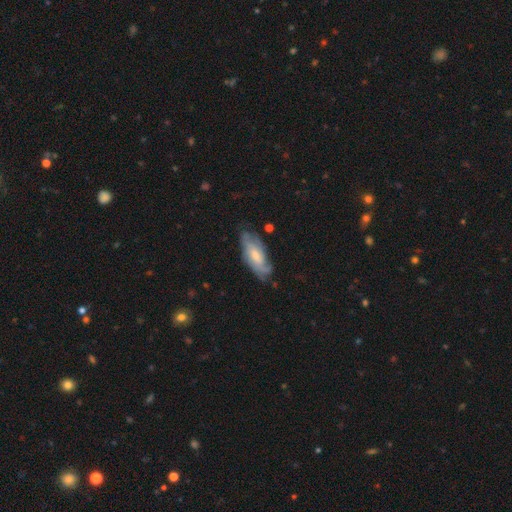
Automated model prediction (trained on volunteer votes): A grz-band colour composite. It shows a featured or disk galaxy (61%) with no bar (52%), spiral arms (86%) and a moderate central bulge (46%). Merging: none (66%).